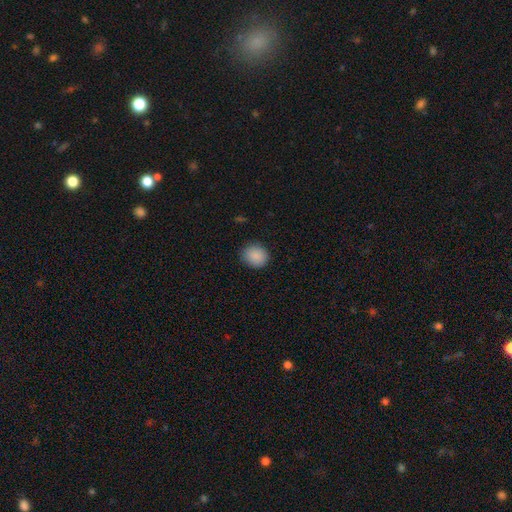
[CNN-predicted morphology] Smooth or featured? Predicted: smooth (p=0.88). How rounded? Predicted: round (p=0.75). Merging? Predicted: none (p=0.86).